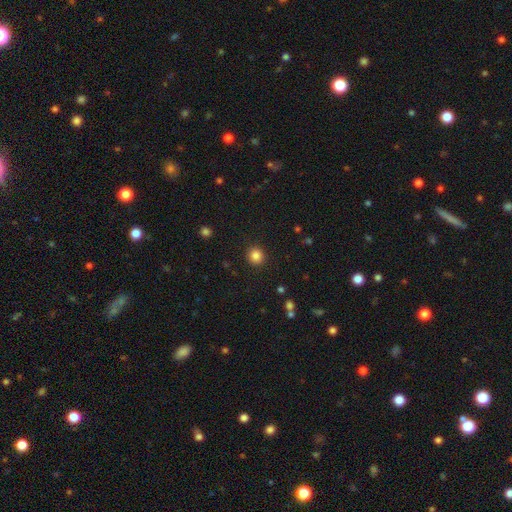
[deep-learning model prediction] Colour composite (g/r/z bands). It shows a smooth galaxy with no disk features (85%) that is round (91%). Merging: none (92%).